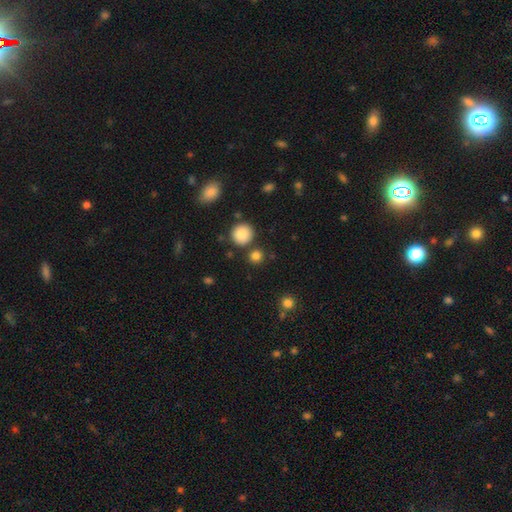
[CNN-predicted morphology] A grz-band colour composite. It shows a smooth galaxy with no disk features (83%) that is round (90%). Merging: none (79%).